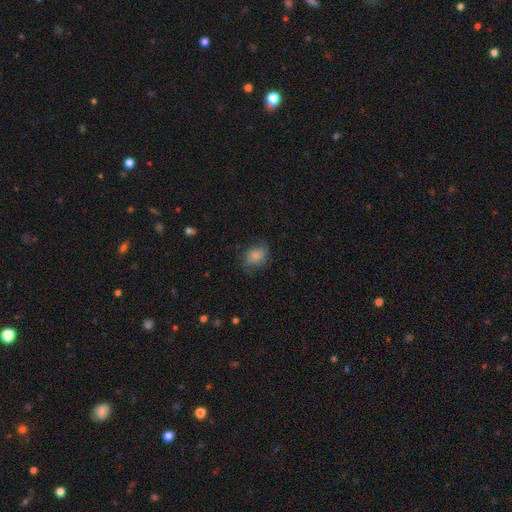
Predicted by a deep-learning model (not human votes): Smooth or featured? smooth (79%)
How rounded? in between (57%)
Merging? none (66%)